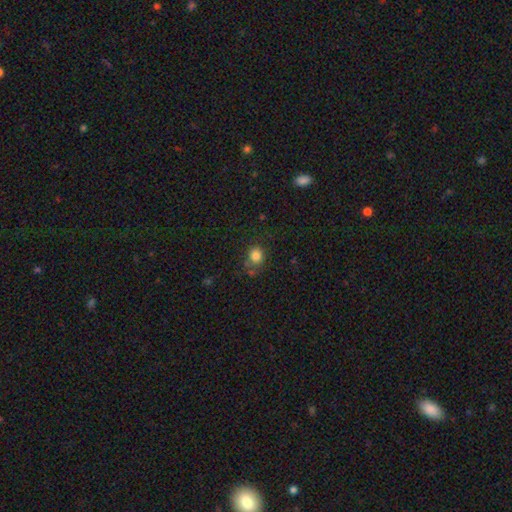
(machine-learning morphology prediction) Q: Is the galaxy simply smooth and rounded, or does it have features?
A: smooth — 82%.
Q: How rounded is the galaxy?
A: round — 75%.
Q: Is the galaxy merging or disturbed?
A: none — 69%.